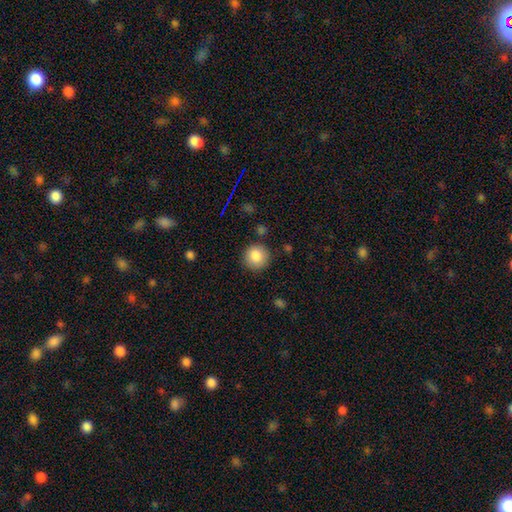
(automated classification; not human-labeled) The model was most divided on "smooth or featured": smooth: 85%, star or artifact: 9%, featured or disk: 6%. More confident: how rounded — round (94%); merging — none (87%).